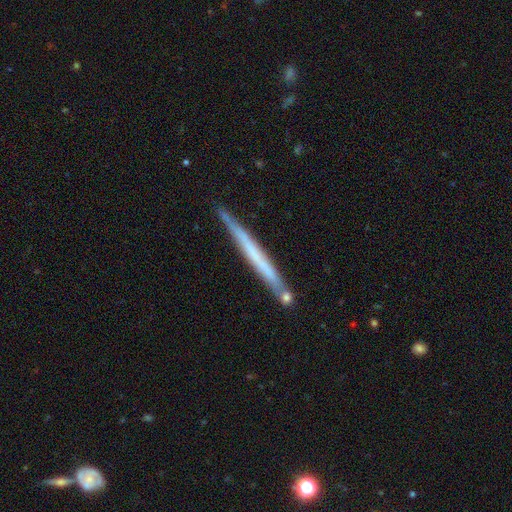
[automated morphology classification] This appears to be a featured or disk galaxy (51%) viewed edge-on (97%). Merging: none (82%).